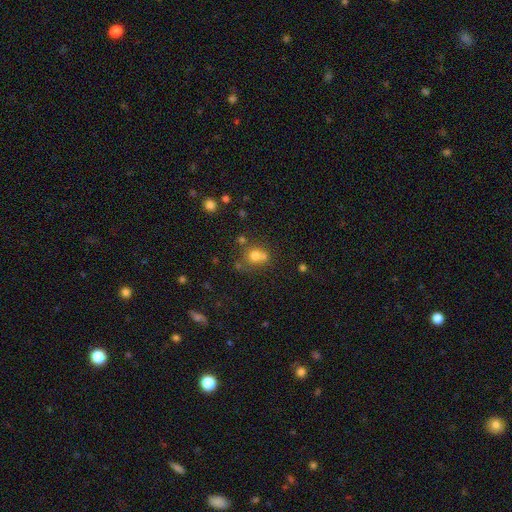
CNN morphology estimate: Smooth or featured?
  - smooth: 72% *
  - star or artifact: 15%
  - featured or disk: 14%
How rounded?
  - round: 73% *
  - in between: 26%
  - cigar-shaped: 1%
Merging?
  - merger: 43% *
  - none: 39%
  - minor disturbance: 12%
  - major disturbance: 6%